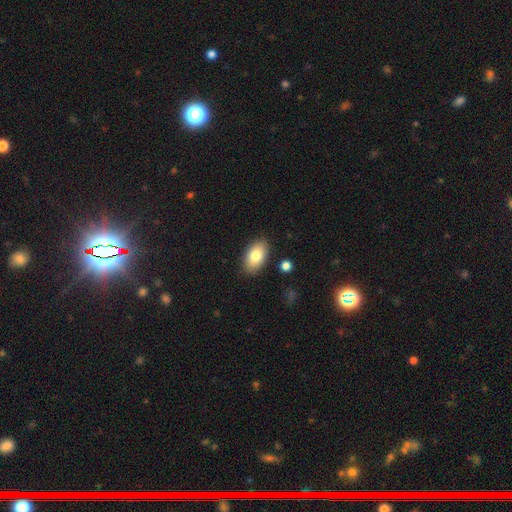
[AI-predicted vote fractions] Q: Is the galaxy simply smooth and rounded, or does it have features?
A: smooth — 81%.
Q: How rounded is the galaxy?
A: in between — 93%.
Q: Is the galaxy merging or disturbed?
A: none — 86%.